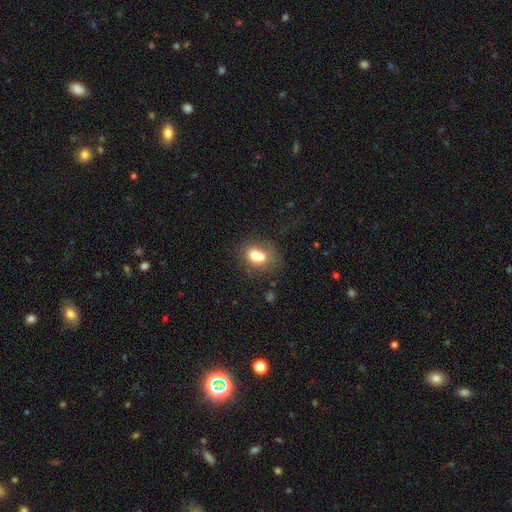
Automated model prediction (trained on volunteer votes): smooth_or_featured: smooth (p=0.69) [alt: featured or disk p=0.21]
how_rounded: in between (p=0.62) [alt: round p=0.36]
merging: merger (p=0.47) [alt: none p=0.33]